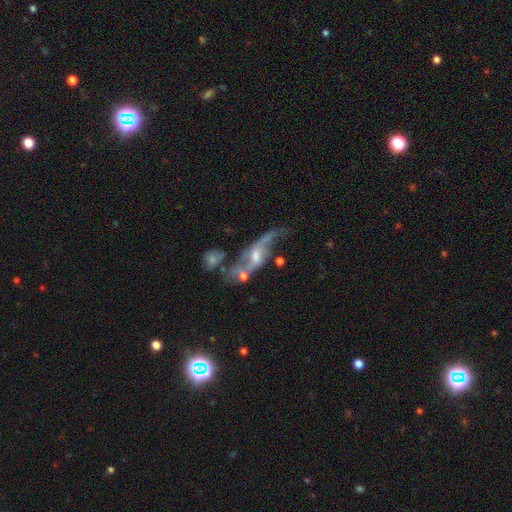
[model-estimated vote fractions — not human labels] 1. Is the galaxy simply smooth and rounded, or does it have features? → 75% featured or disk, 13% smooth, 12% star or artifact.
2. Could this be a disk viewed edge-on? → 83% no, 17% yes.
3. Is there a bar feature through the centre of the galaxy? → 52% no, 35% weak, 13% strong.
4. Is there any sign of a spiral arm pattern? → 81% yes, 19% no.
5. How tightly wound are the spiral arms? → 86% loose, 11% medium, 4% tight.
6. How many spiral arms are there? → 78% 2, 10% 1, 7% can't tell, 2% 3, 1% 4, 1% more than 4.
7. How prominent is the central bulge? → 43% moderate, 42% small, 9% none, 4% large, 2% dominant.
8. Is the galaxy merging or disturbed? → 33% merger, 31% none, 22% major disturbance, 14% minor disturbance.